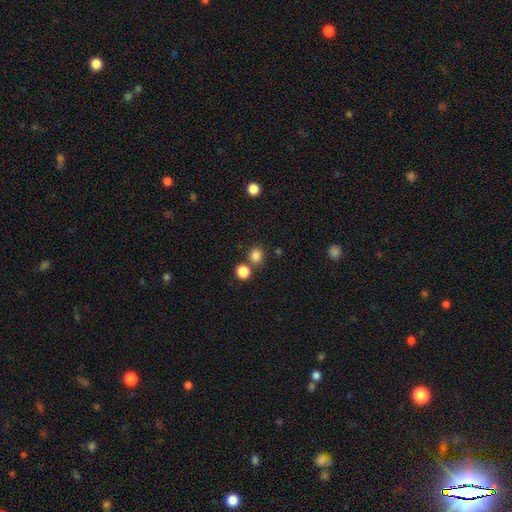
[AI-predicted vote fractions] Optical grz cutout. It shows a smooth galaxy with no disk features (83%) that is round (82%). Merging: none (70%).